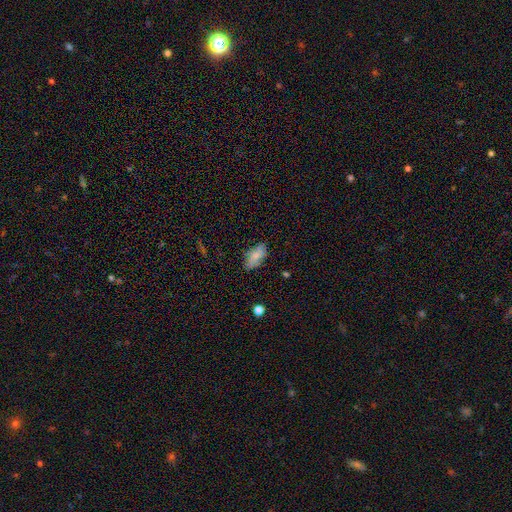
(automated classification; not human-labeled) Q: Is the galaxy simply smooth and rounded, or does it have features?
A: smooth — 73%.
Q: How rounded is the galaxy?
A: in between — 91%.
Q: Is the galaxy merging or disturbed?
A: none — 75%.